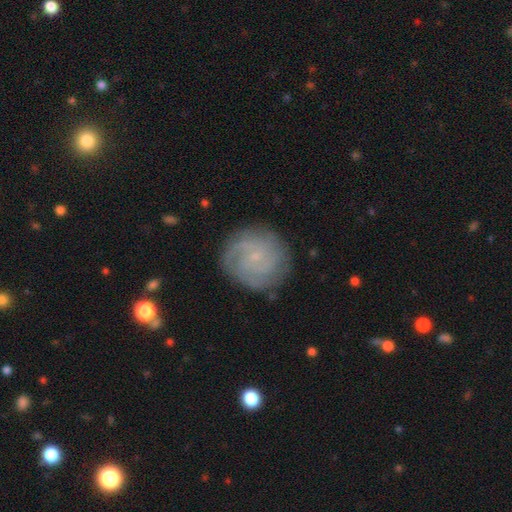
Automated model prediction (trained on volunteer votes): smooth_or_featured: featured or disk (p=0.72) [alt: smooth p=0.20]
disk_edge_on: no (p=0.98) [alt: yes p=0.02]
bar: no (p=0.69) [alt: weak p=0.27]
has_spiral_arms: yes (p=0.94) [alt: no p=0.06]
spiral_winding: tight (p=0.65) [alt: medium p=0.27]
spiral_arm_count: can't tell (p=0.35) [alt: 2 p=0.21]
bulge_size: small (p=0.82) [alt: none p=0.10]
merging: none (p=0.82) [alt: minor disturbance p=0.12]